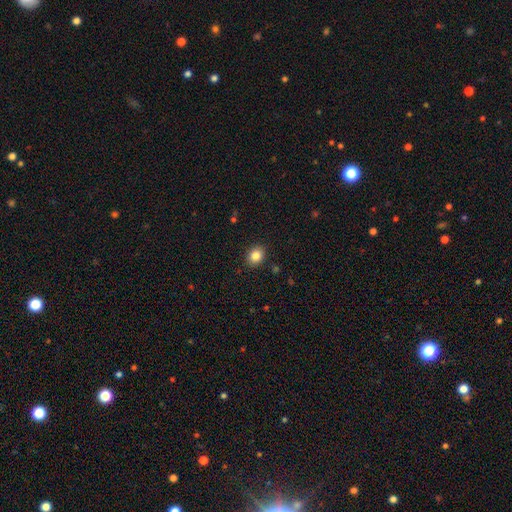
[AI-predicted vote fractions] Morphology: type=smooth (85%); roundness=round (53%); merging=none (89%).